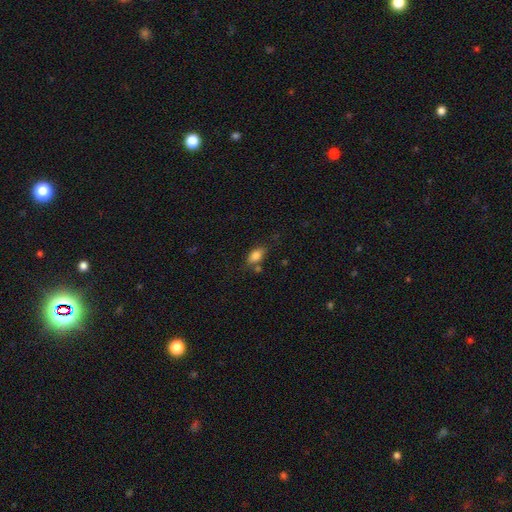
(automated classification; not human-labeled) Overall: smooth (82%). How rounded: in between (87%). Merging: none (68%).